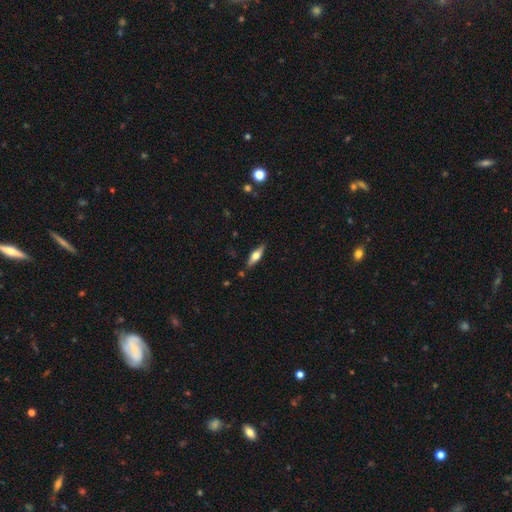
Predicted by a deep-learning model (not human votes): A featured or disk galaxy (49%). Merging: none (86%).